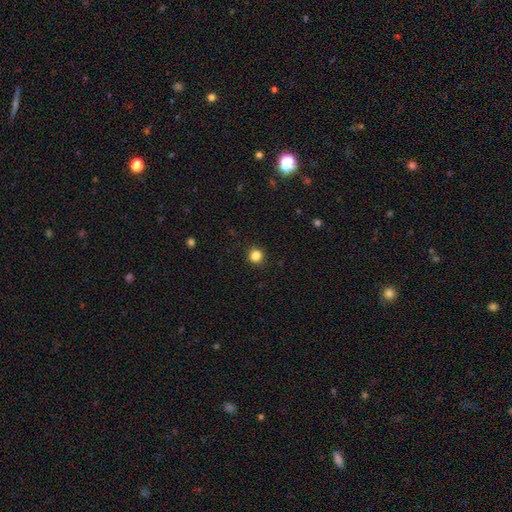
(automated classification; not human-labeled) smooth_or_featured: smooth (p=0.84) [alt: star or artifact p=0.12]
how_rounded: round (p=0.94) [alt: in between p=0.05]
merging: none (p=0.93) [alt: minor disturbance p=0.05]